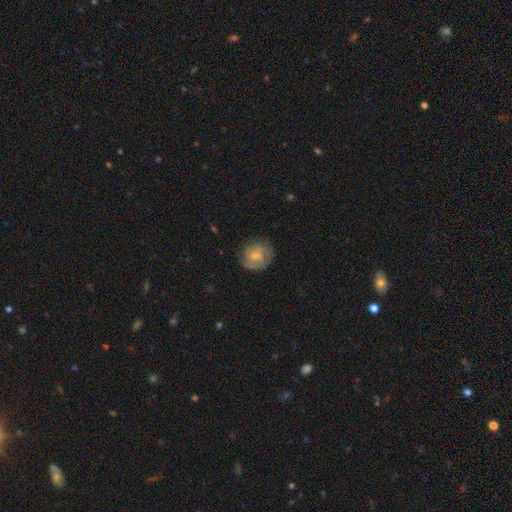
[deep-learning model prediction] Overall: featured or disk (53%; smooth 41%). Edge-on disk: no (97%). Bar: no (46%, tied with weak). Spiral arms: yes (81%). Bulge size: small (49%; moderate 36%). Merging: none (74%).